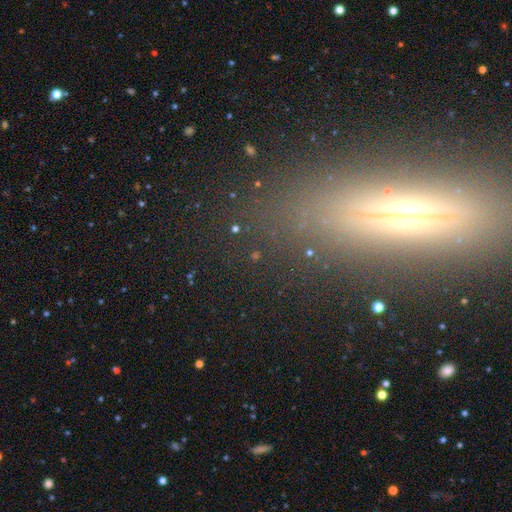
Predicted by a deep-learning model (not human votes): smooth-or-featured: star or artifact: 59% | smooth: 26% | featured or disk: 15%